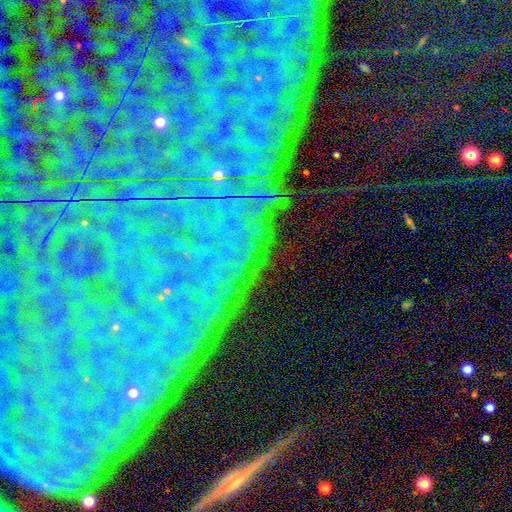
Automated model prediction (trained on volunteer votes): This appears to be a star or artifact, not a galaxy (80%).